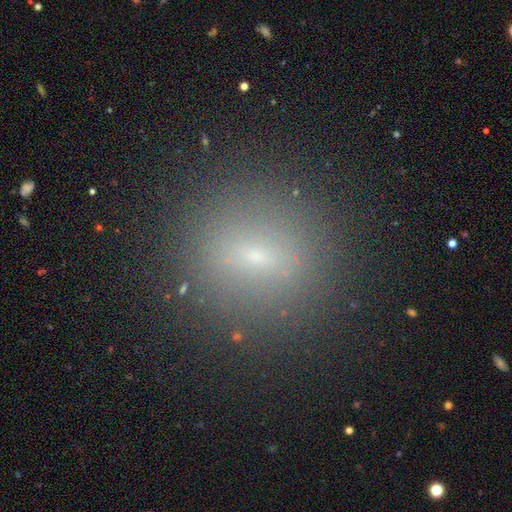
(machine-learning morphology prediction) Overall: smooth (53%; star or artifact 24%). How rounded: round (77%). Merging: none (88%).